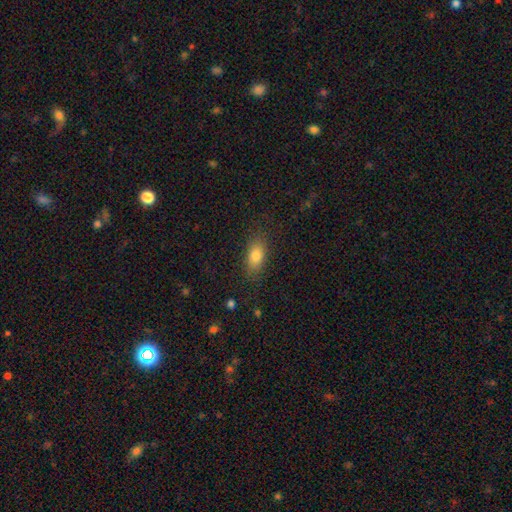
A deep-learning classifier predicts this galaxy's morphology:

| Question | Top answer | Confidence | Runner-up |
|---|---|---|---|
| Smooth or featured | smooth | 81% | featured or disk (10%) |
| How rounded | in between | 84% | cigar-shaped (8%) |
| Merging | none | 82% | minor disturbance (13%) |